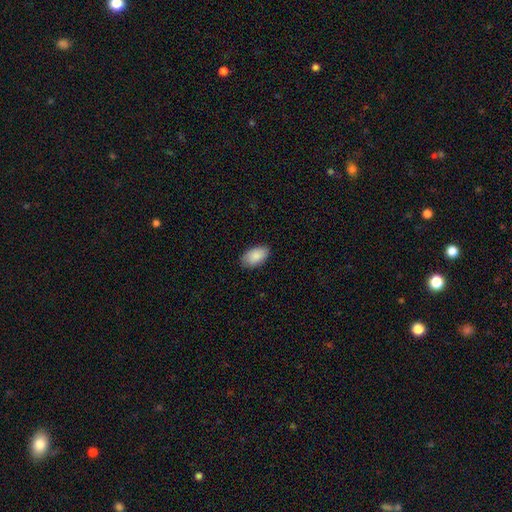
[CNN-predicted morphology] A smooth galaxy with no disk features (89%) that is in between round and cigar-shaped (94%). Merging: none (86%).